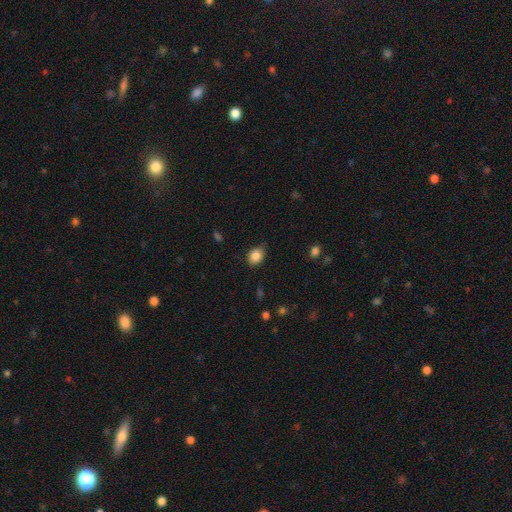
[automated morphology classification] Smooth or featured? smooth (85%)
How rounded? in between (60%)
Merging? none (78%)